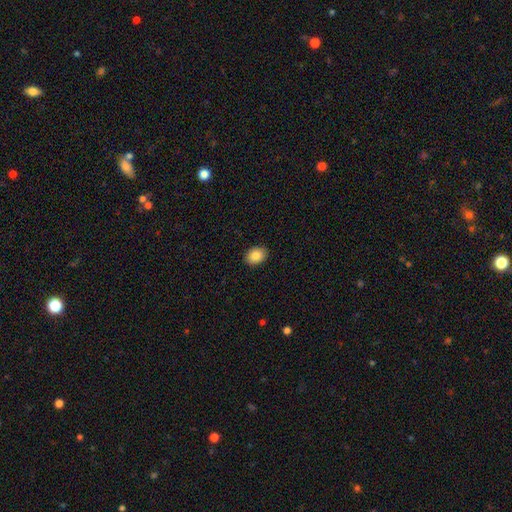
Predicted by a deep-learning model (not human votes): Overall: smooth (87%). How rounded: in between (70%). Merging: none (90%).